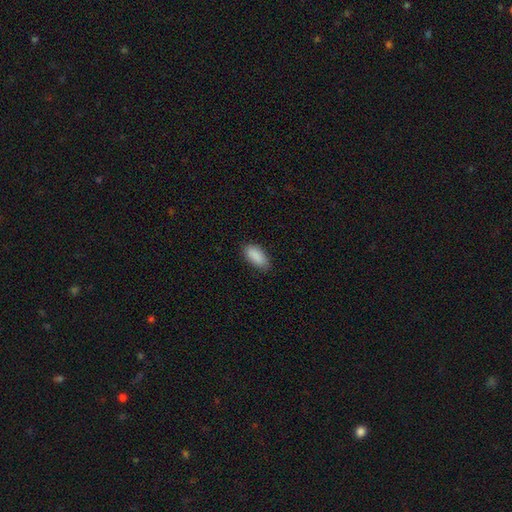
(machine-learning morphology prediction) Smooth or featured?
  - smooth: 90% *
  - star or artifact: 7%
  - featured or disk: 3%
How rounded?
  - in between: 88% *
  - cigar-shaped: 10%
  - round: 2%
Merging?
  - none: 83% *
  - minor disturbance: 14%
  - major disturbance: 2%
  - merger: 1%